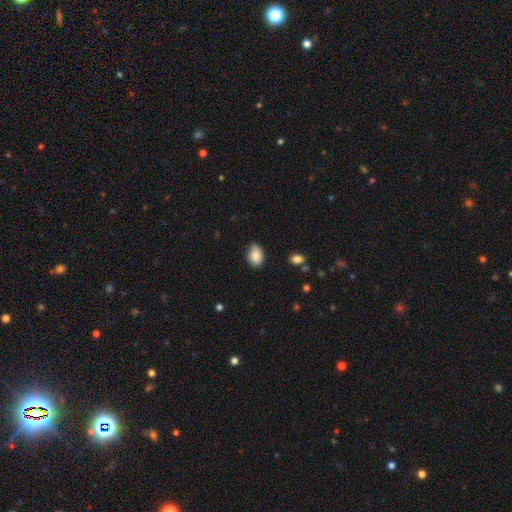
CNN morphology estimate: Smooth or featured?
  - smooth: 86% *
  - star or artifact: 7%
  - featured or disk: 6%
How rounded?
  - in between: 80% *
  - round: 19%
  - cigar-shaped: 1%
Merging?
  - none: 70% *
  - minor disturbance: 25%
  - major disturbance: 4%
  - merger: 2%